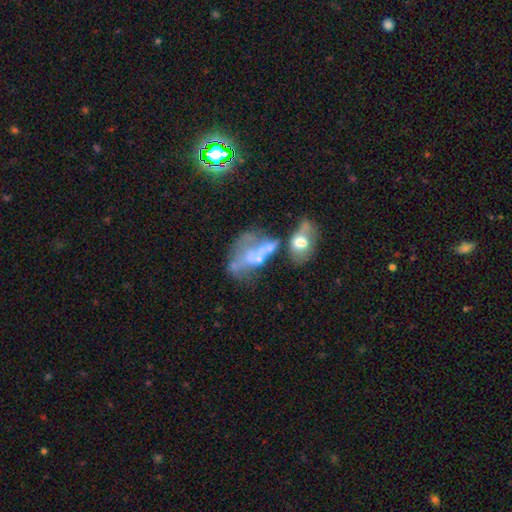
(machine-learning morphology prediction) A featured or disk galaxy (52%). Merging: merger (43%).